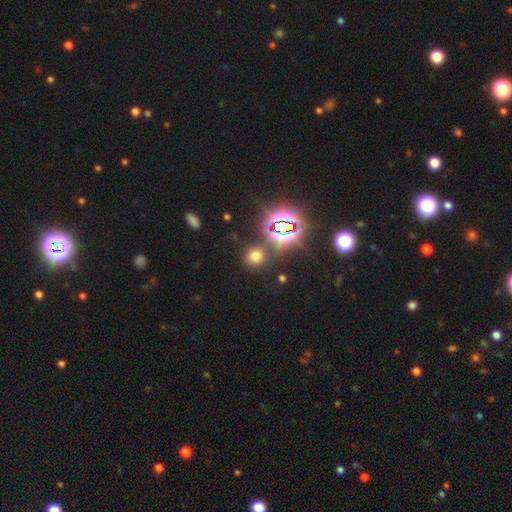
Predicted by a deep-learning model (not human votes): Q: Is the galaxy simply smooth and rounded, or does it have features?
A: smooth — 57%.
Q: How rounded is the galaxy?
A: round — 89%.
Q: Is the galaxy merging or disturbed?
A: none — 84%.